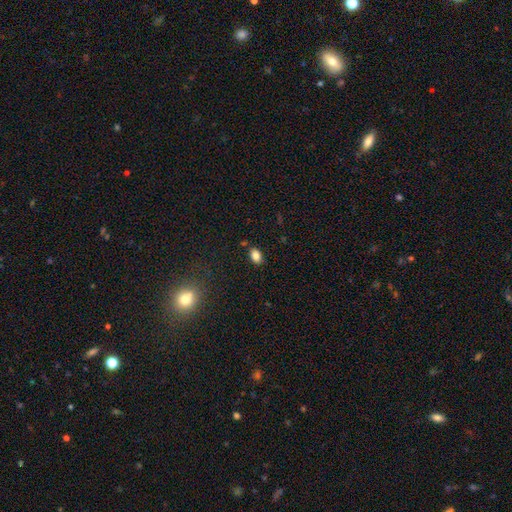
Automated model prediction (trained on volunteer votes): smooth 84%, star or artifact 10%, featured or disk 6%. Down the decision tree: how rounded — in between (87%); merging — none (84%).